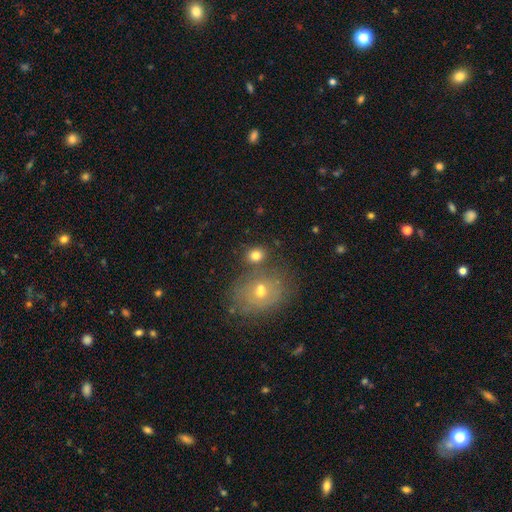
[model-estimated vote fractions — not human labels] smooth 76%, featured or disk 13%, star or artifact 12%. Down the decision tree: how rounded — round (59%); merging — none (63%).